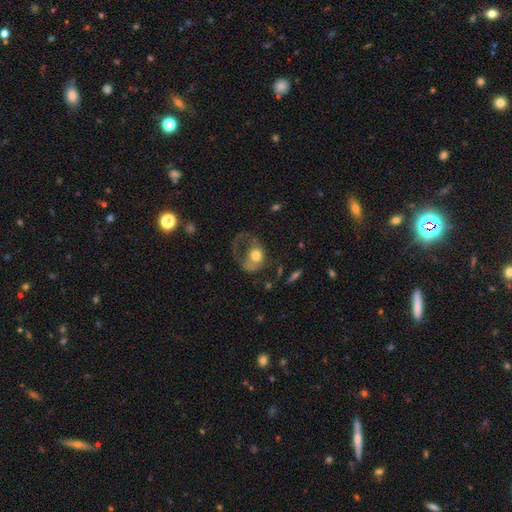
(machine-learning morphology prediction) Q: Smooth or featured?
A: smooth (54%); runner-up: featured or disk (38%)
Q: How rounded?
A: round (50%); runner-up: in between (48%)
Q: Merging?
A: major disturbance (62%); runner-up: none (19%)